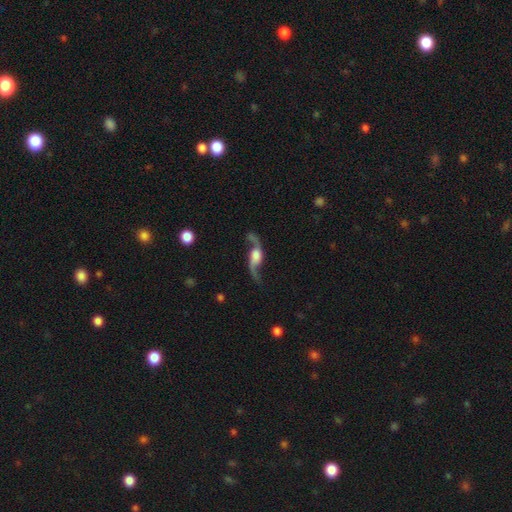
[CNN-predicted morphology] Q: Smooth or featured?
A: featured or disk (87%); runner-up: smooth (7%)
Q: Edge-on disk?
A: no (89%); runner-up: yes (11%)
Q: Bar?
A: no (54%); runner-up: weak (33%)
Q: Spiral arms?
A: yes (96%); runner-up: no (4%)
Q: Spiral winding?
A: loose (90%); runner-up: medium (7%)
Q: Spiral arm count?
A: 2 (94%); runner-up: 1 (2%)
Q: Bulge size?
A: large (40%); runner-up: moderate (23%)
Q: Merging?
A: none (72%); runner-up: minor disturbance (14%)